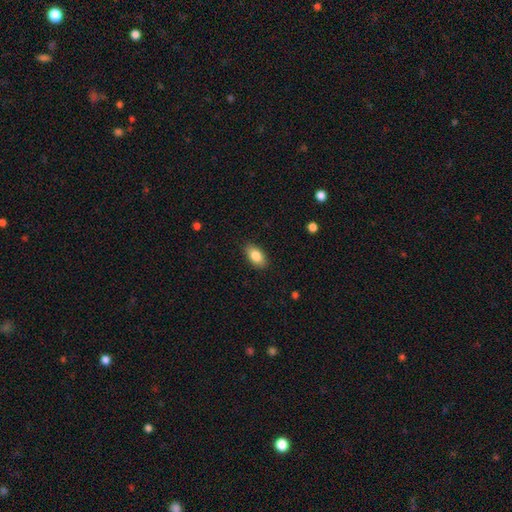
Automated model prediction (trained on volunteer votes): smooth-or-featured: smooth: 86% | featured or disk: 7% | star or artifact: 7%
  how-rounded: in between: 92% | round: 4% | cigar-shaped: 3%
  merging: none: 88% | minor disturbance: 9% | major disturbance: 2% | merger: 1%